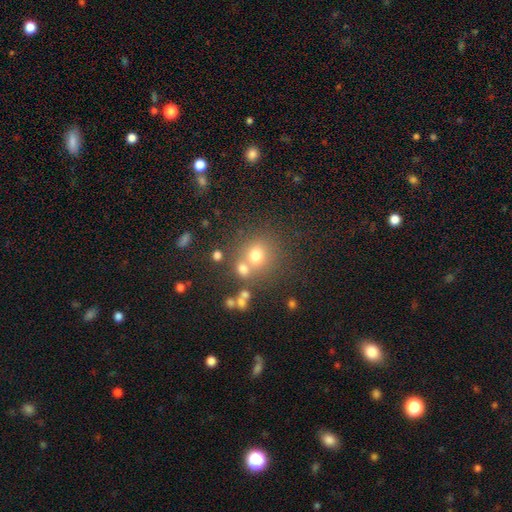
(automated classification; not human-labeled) Overall: smooth (68%). How rounded: round (86%). Merging: none (60%; merger 25%).